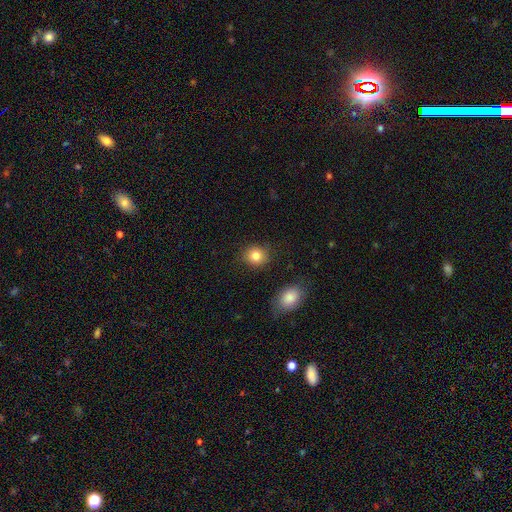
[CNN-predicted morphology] The model was most divided on "how rounded": round: 79%, in between: 20%, cigar-shaped: 1%. More confident: smooth or featured — smooth (85%); merging — none (83%).